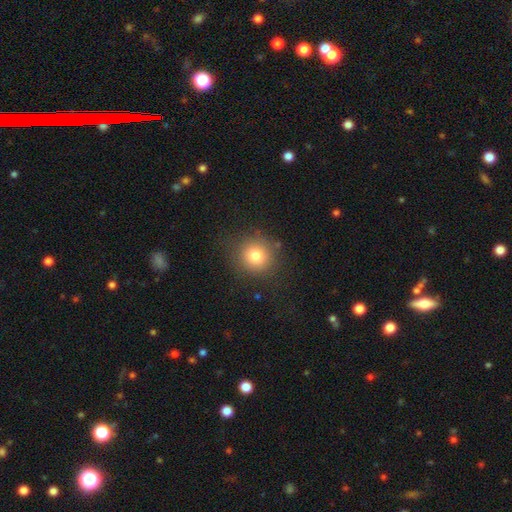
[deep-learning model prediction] Q: Smooth or featured?
A: smooth (79%); runner-up: star or artifact (12%)
Q: How rounded?
A: round (91%); runner-up: in between (8%)
Q: Merging?
A: none (85%); runner-up: minor disturbance (10%)